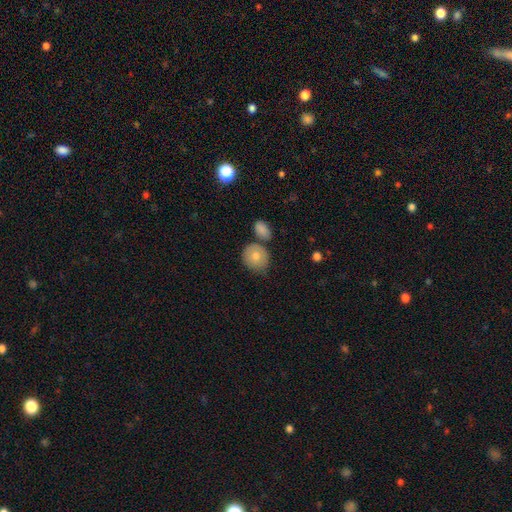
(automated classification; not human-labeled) The model was most divided on "merging": none: 60%, minor disturbance: 19%, merger: 16%, major disturbance: 5%. More confident: smooth or featured — smooth (79%); how rounded — round (78%).